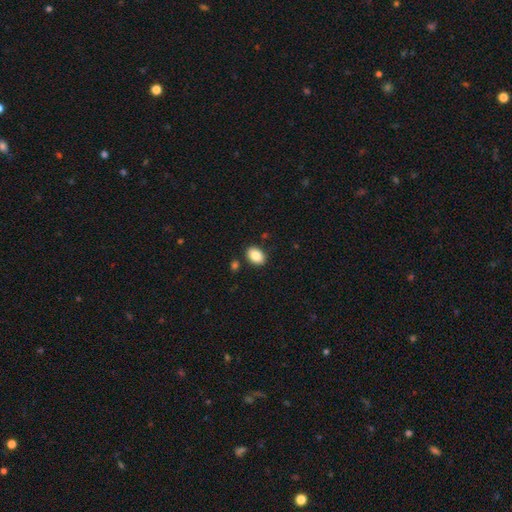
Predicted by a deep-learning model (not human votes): Morphology: type=smooth (86%); roundness=in between (81%); merging=none (87%).